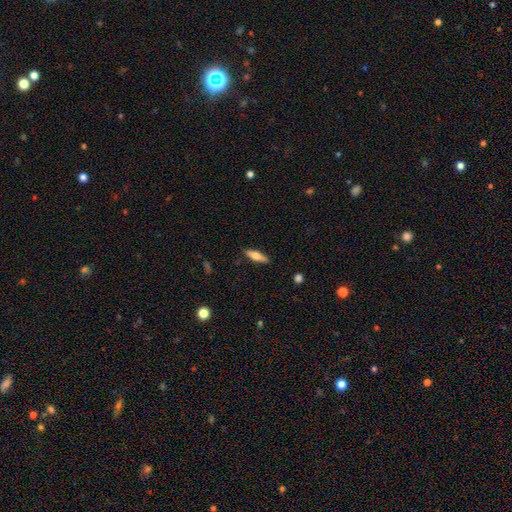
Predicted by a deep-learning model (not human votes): The model was most divided on "how rounded": cigar-shaped: 57%, in between: 40%, round: 2%. More confident: merging — none (88%); smooth or featured — smooth (59%).